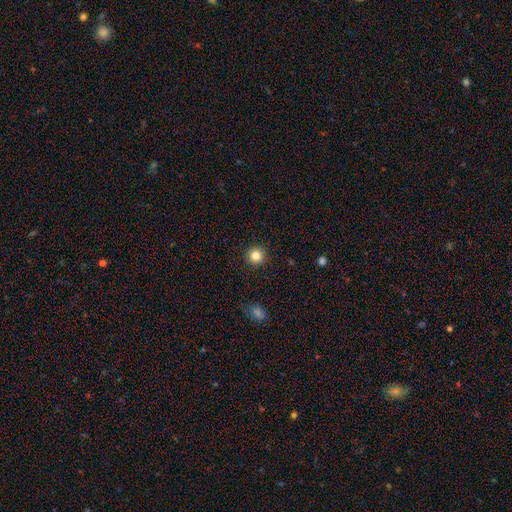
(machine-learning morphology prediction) The model was most divided on "smooth or featured": smooth: 84%, star or artifact: 11%, featured or disk: 5%. More confident: how rounded — round (95%); merging — none (93%).